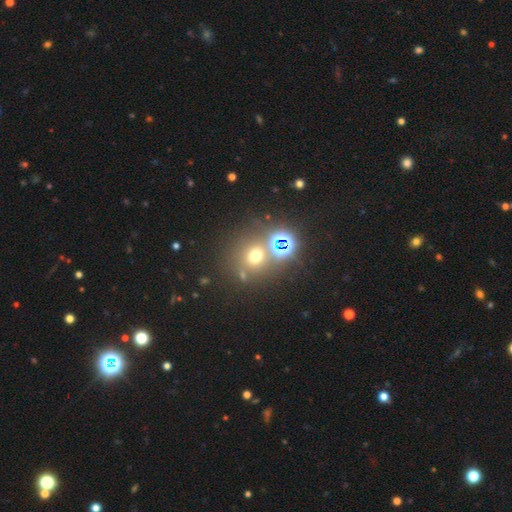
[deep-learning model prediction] This appears to be a smooth galaxy with no disk features (55%) that is round (86%). Merging: none (67%).